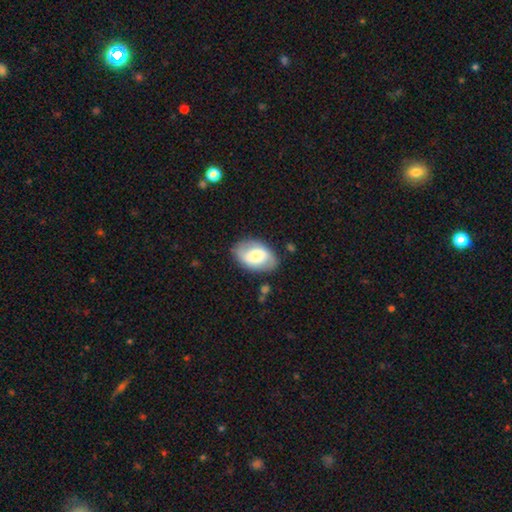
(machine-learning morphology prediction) featured or disk 50%, smooth 42%, star or artifact 7%. Down the decision tree: edge-on disk — no (96%); merging — none (79%).